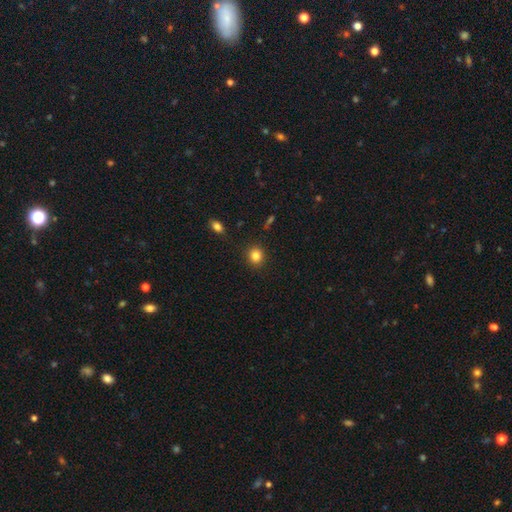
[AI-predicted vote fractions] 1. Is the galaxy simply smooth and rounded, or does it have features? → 84% smooth, 10% star or artifact, 5% featured or disk.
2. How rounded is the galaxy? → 82% round, 17% in between, 1% cigar-shaped.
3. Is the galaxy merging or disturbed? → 89% none, 7% minor disturbance, 2% major disturbance, 1% merger.